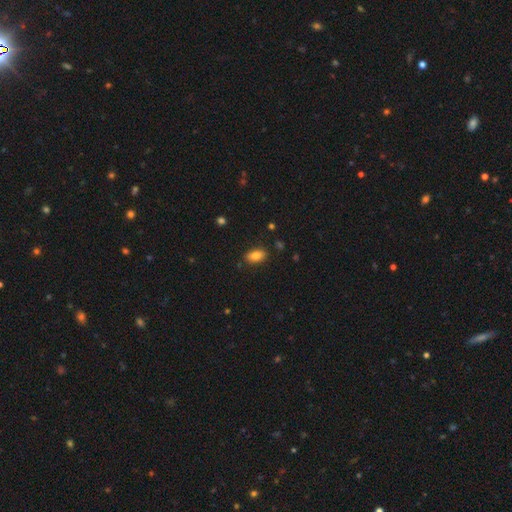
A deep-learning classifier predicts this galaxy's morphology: The model was most divided on "smooth or featured": smooth: 82%, featured or disk: 10%, star or artifact: 9%. More confident: how rounded — in between (90%); merging — none (85%).